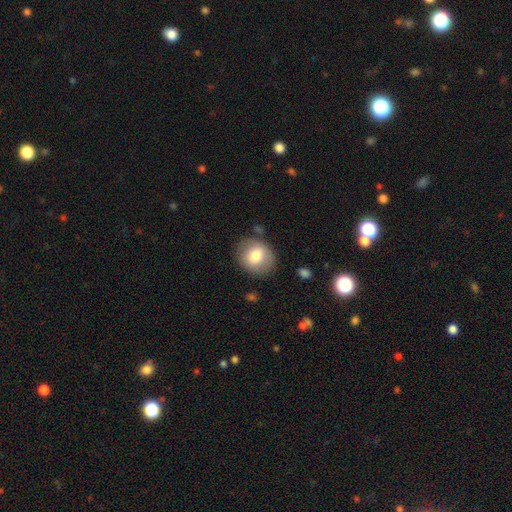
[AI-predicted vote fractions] smooth-or-featured: smooth: 75% | featured or disk: 17% | star or artifact: 8%
  how-rounded: round: 70% | in between: 29% | cigar-shaped: 1%
  merging: none: 79% | minor disturbance: 14% | major disturbance: 4% | merger: 3%